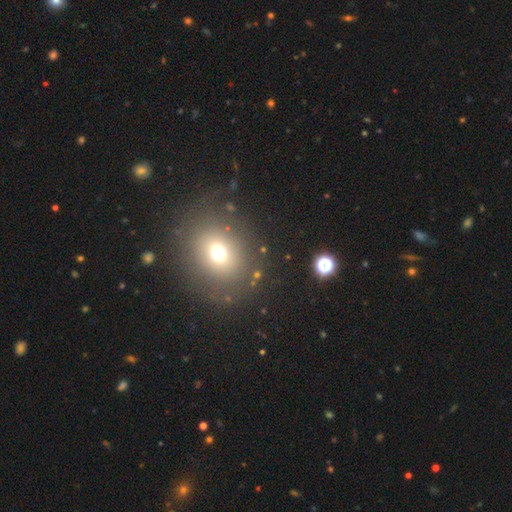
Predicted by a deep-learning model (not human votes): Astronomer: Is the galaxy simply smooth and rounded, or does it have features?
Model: smooth — 49% (runner-up: star or artifact, 26%).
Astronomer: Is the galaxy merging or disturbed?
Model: none — 84%.